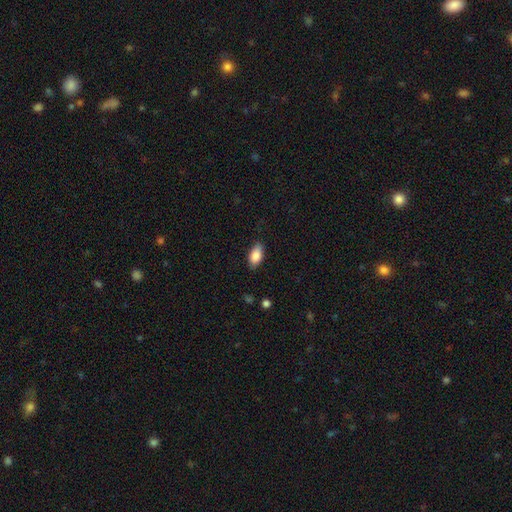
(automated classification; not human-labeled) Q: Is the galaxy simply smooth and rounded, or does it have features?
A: smooth — 86%.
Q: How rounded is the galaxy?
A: in between — 92%.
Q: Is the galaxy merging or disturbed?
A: none — 85%.